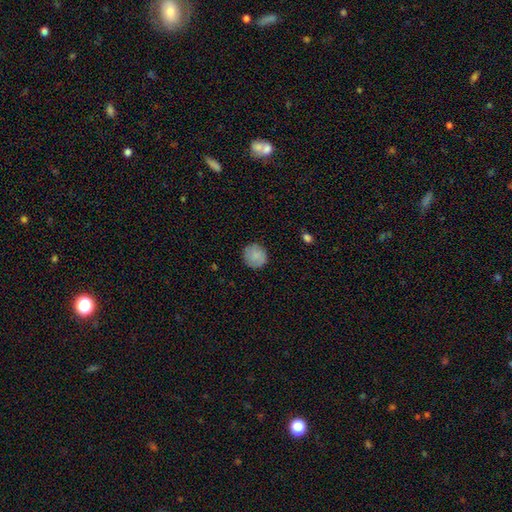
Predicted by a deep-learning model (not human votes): The model was most divided on "merging": none: 85%, minor disturbance: 11%, major disturbance: 3%, merger: 1%. More confident: how rounded — round (90%); smooth or featured — smooth (85%).